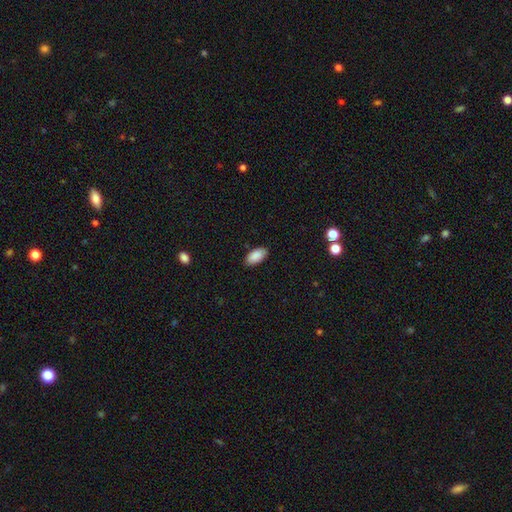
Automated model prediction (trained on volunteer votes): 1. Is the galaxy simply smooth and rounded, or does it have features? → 89% smooth, 7% star or artifact, 4% featured or disk.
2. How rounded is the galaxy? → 95% in between, 3% cigar-shaped, 2% round.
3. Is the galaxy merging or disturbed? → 87% none, 10% minor disturbance, 2% major disturbance, 1% merger.